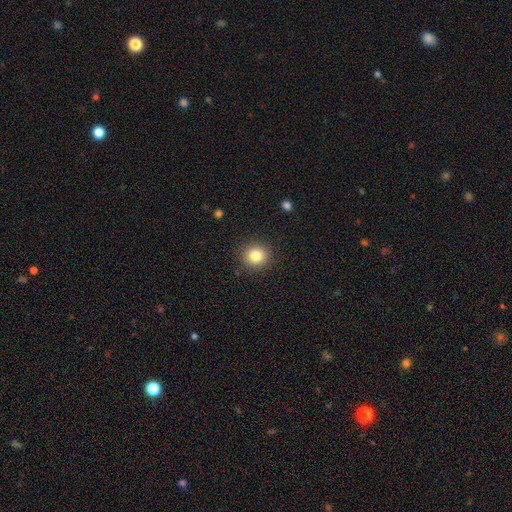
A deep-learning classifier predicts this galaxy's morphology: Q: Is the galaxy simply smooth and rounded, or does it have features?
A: smooth — 83%.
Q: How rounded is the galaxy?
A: round — 89%.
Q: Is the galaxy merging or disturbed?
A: none — 90%.